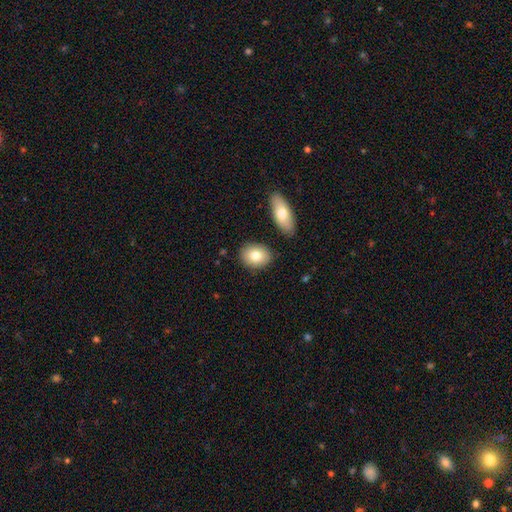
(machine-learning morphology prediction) Smooth or featured?
  - smooth: 79% *
  - featured or disk: 14%
  - star or artifact: 7%
How rounded?
  - in between: 62% *
  - round: 37%
  - cigar-shaped: 2%
Merging?
  - none: 82% *
  - minor disturbance: 9%
  - merger: 6%
  - major disturbance: 2%